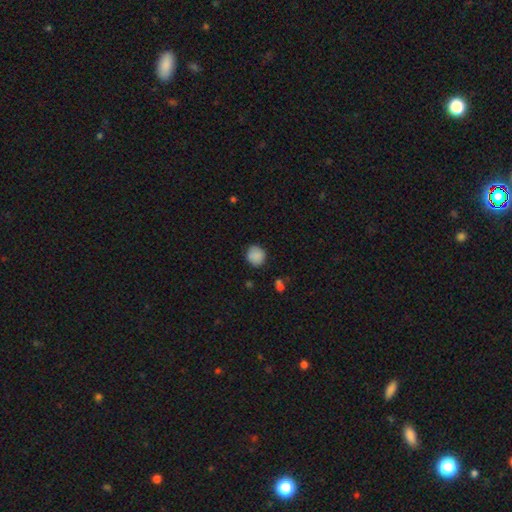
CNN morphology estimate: Overall: smooth (87%). How rounded: round (84%). Merging: none (82%).